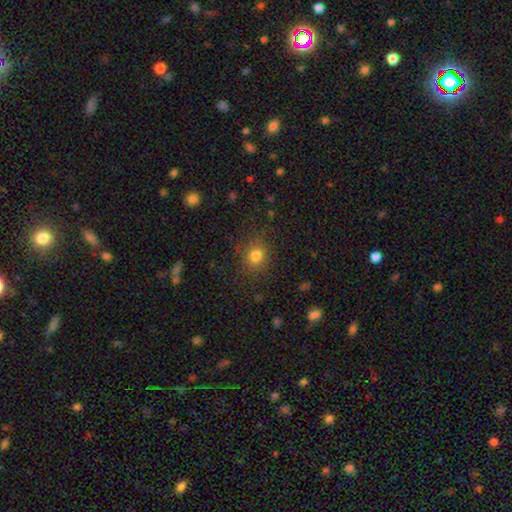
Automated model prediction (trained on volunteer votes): Smooth or featured? smooth (80%)
How rounded? round (68%)
Merging? none (82%)